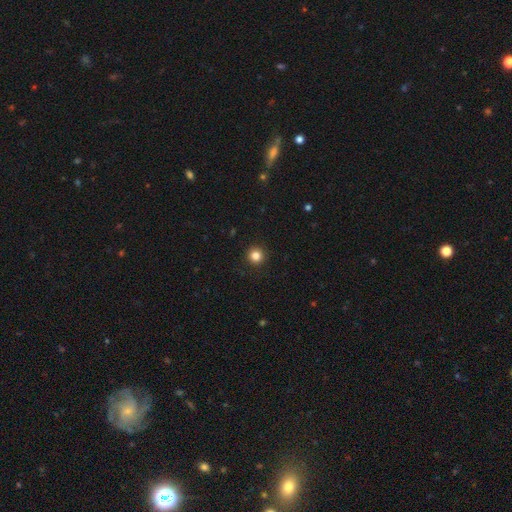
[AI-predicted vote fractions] Q: Smooth or featured?
A: smooth (83%); runner-up: star or artifact (12%)
Q: How rounded?
A: round (96%); runner-up: in between (3%)
Q: Merging?
A: none (93%); runner-up: minor disturbance (4%)